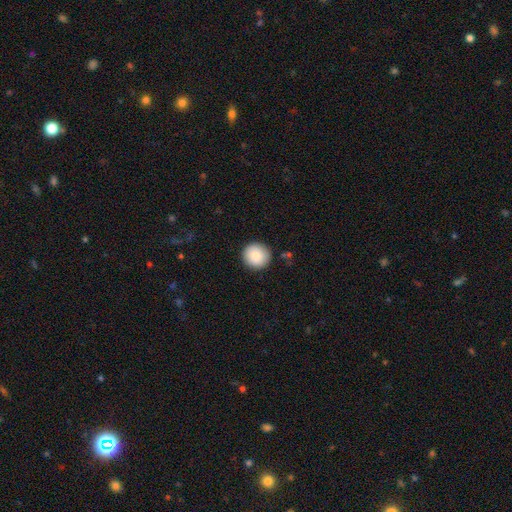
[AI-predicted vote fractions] smooth-or-featured: smooth: 86% | star or artifact: 7% | featured or disk: 6%
  how-rounded: round: 94% | in between: 5% | cigar-shaped: 1%
  merging: none: 90% | minor disturbance: 7% | major disturbance: 2% | merger: 1%